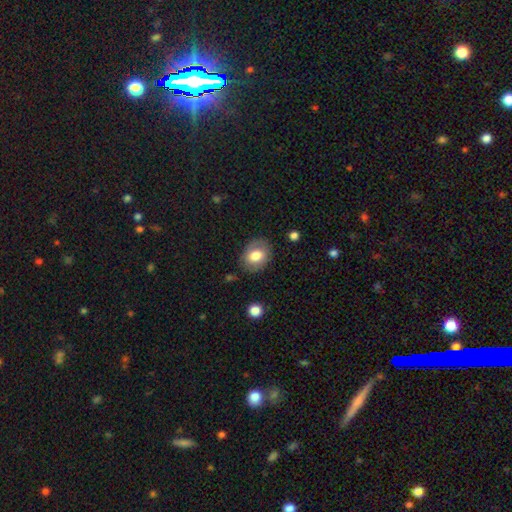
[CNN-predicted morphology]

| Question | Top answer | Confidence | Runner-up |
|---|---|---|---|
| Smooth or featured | smooth | 75% | featured or disk (17%) |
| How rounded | in between | 57% | round (43%) |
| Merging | none | 82% | minor disturbance (13%) |